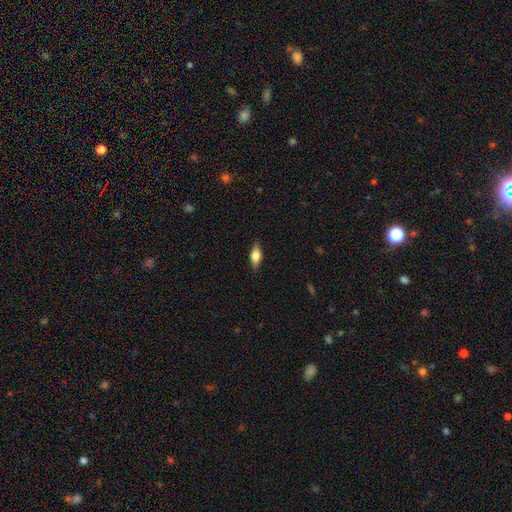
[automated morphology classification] smooth_or_featured: smooth (p=0.59) [alt: featured or disk p=0.33]
how_rounded: in between (p=0.72) [alt: cigar-shaped p=0.24]
merging: none (p=0.86) [alt: minor disturbance p=0.11]